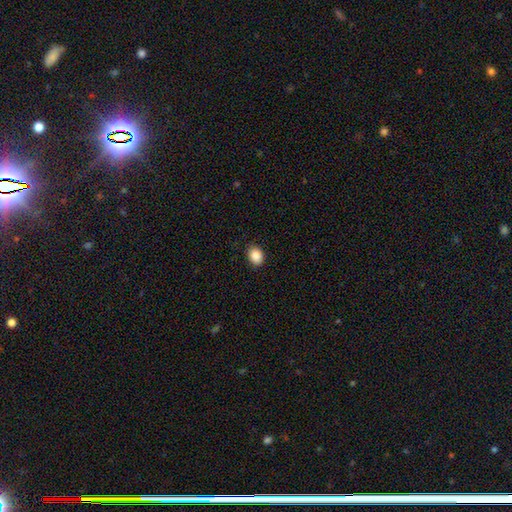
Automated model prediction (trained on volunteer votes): smooth 89%, star or artifact 8%, featured or disk 3%. Down the decision tree: how rounded — in between (55%); merging — none (88%).